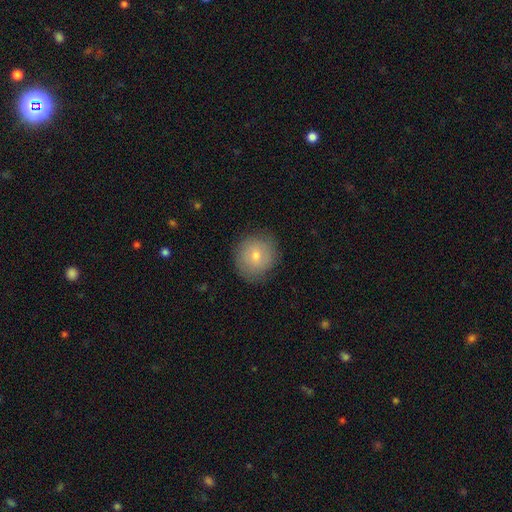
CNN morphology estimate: Smooth or featured? Predicted: smooth (p=0.66). How rounded? Predicted: round (p=0.88). Merging? Predicted: none (p=0.83).